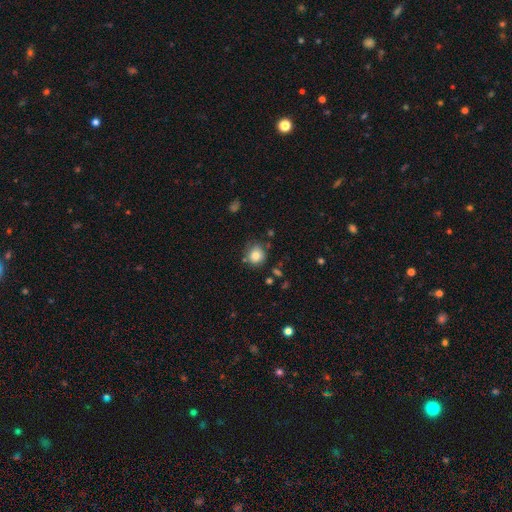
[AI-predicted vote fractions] Smooth or featured? smooth (83%)
How rounded? round (84%)
Merging? none (75%)